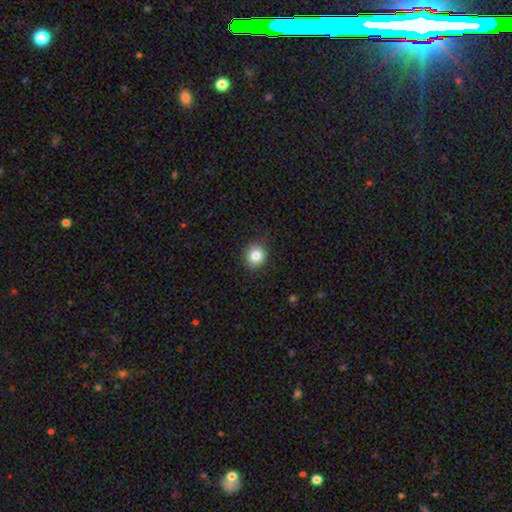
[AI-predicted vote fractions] Overall: smooth (83%). How rounded: round (88%). Merging: none (88%).